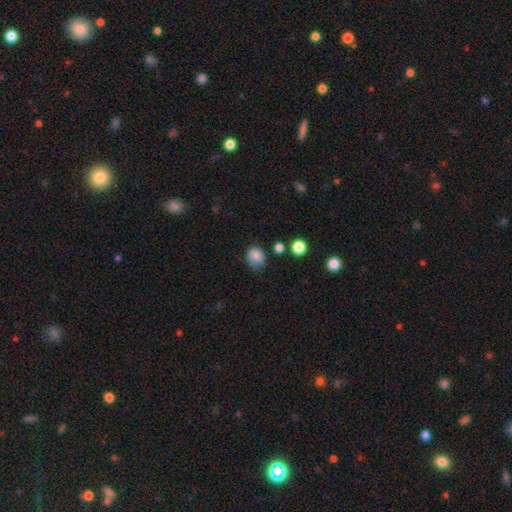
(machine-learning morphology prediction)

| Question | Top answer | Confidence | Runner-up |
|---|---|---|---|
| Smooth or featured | smooth | 82% | star or artifact (11%) |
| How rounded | round | 59% | in between (40%) |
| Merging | none | 58% | minor disturbance (30%) |